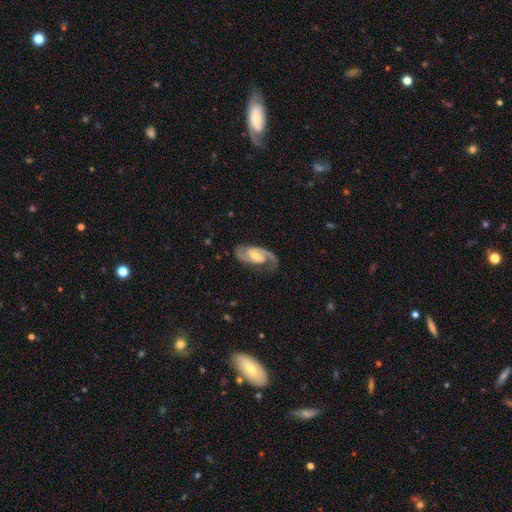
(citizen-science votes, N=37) A featured or disk galaxy (97%) with a weak bar (56%), 2 (97%) medium (58%) spiral arms (100%) and a moderate central bulge (69%).

Vote fractions:
- Smooth or featured? featured or disk: 97% / smooth: 3% / star or artifact: 0%
- Edge-on disk? no: 100% / yes: 0%
- Bar? weak: 56% / strong: 22% / no: 22%
- Spiral arms? yes: 100% / no: 0%
- Spiral winding? medium: 58% / tight: 25% / loose: 17%
- Spiral arm count? 2: 97% / can't tell: 3% / 1: 0% / 3: 0% / 4: 0% / more than 4: 0%
- Bulge size? moderate: 69% / small: 28% / none: 3% / dominant: 0% / large: 0%
- Merging? none: 84% / minor disturbance: 8% / major disturbance: 5% / merger: 3%